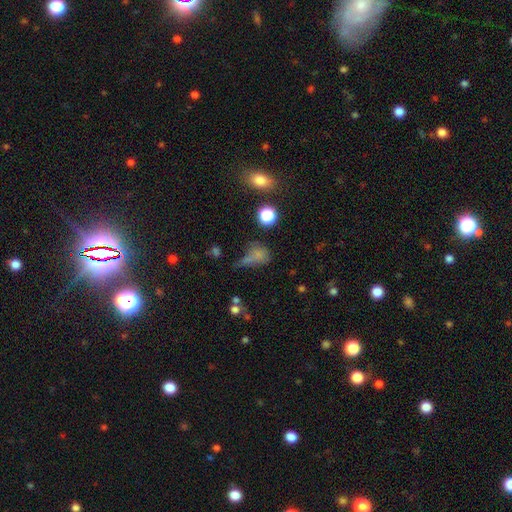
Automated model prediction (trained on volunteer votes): Morphology: type=smooth (63%); roundness=round (48%); merging=none (43%).